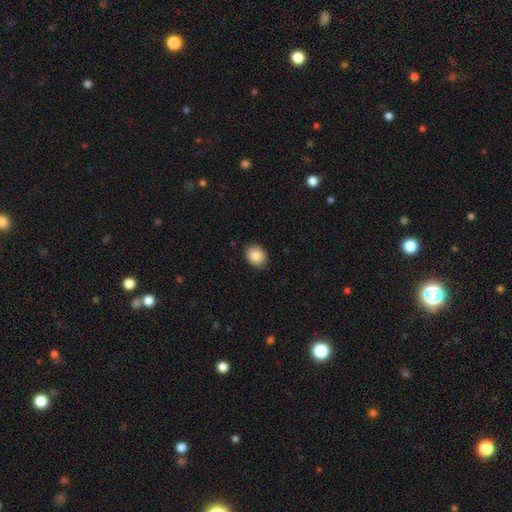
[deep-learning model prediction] smooth 87%, star or artifact 8%, featured or disk 5%. Down the decision tree: how rounded — round (57%); merging — none (89%).